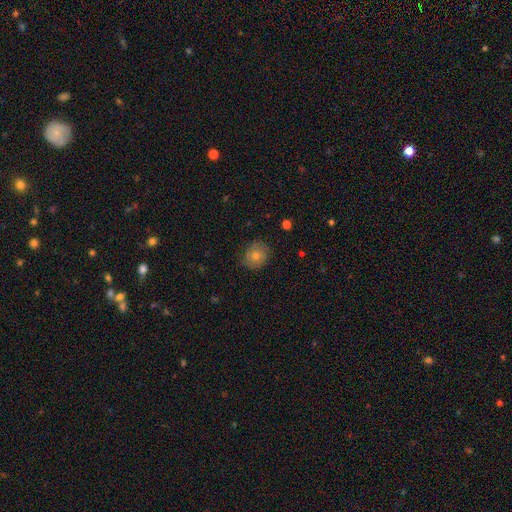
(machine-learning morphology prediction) Q: Smooth or featured?
A: smooth (66%); runner-up: featured or disk (21%)
Q: How rounded?
A: round (72%); runner-up: in between (27%)
Q: Merging?
A: none (83%); runner-up: minor disturbance (13%)